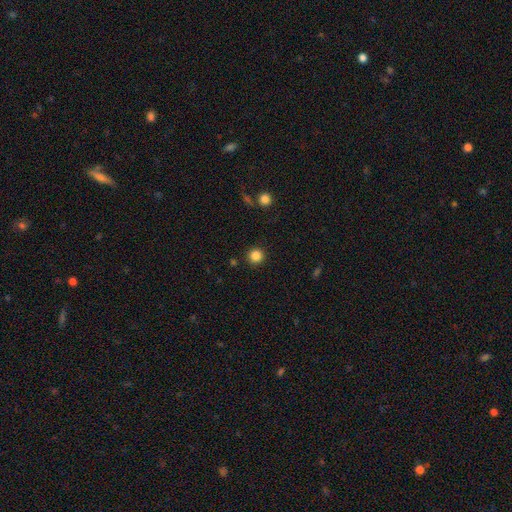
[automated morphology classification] smooth-or-featured: smooth: 85% | star or artifact: 11% | featured or disk: 4%
  how-rounded: round: 95% | in between: 4% | cigar-shaped: 1%
  merging: none: 92% | minor disturbance: 5% | major disturbance: 2% | merger: 2%